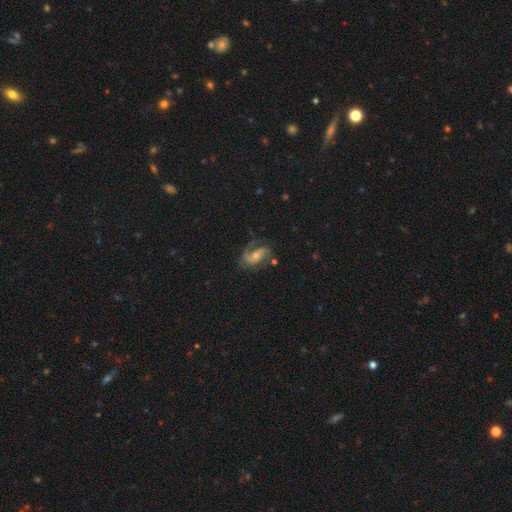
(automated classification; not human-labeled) Smooth or featured? featured or disk (81%)
Edge-on disk? no (97%)
Bar? no (47%)
Spiral arms? yes (94%)
Spiral winding? medium (46%)
Spiral arm count? 2 (75%)
Bulge size? small (50%)
Merging? none (58%)